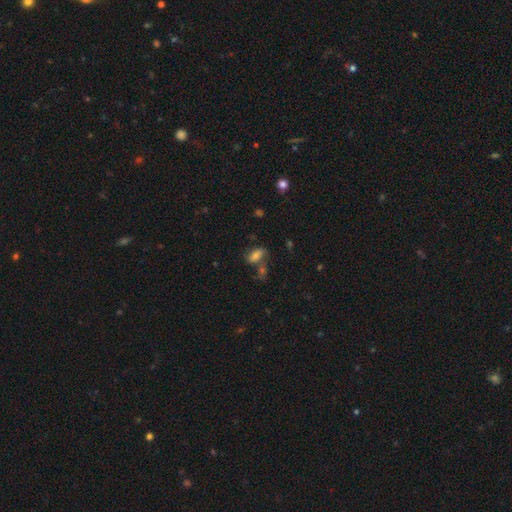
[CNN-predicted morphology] smooth 65%, featured or disk 22%, star or artifact 13%. Down the decision tree: how rounded — in between (83%); merging — none (47%).